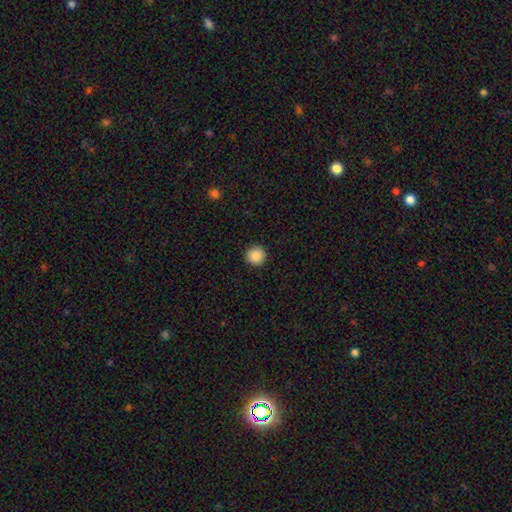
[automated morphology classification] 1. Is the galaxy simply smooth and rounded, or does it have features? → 88% smooth, 9% star or artifact, 3% featured or disk.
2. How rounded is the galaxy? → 95% round, 4% in between, 1% cigar-shaped.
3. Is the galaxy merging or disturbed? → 92% none, 5% minor disturbance, 2% major disturbance, 1% merger.